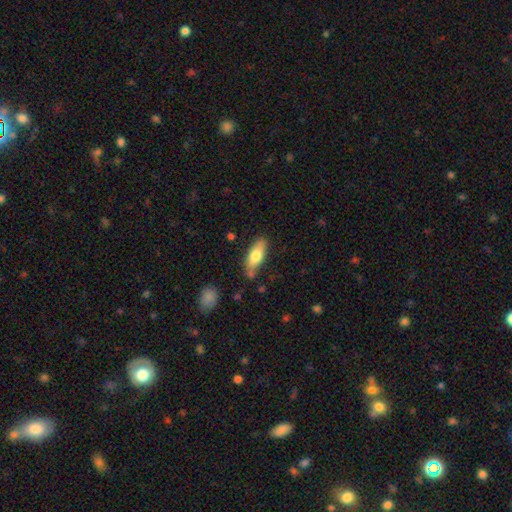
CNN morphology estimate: This is likely a smooth galaxy (72%). How rounded: likely in between (73%). Merging: likely none (74%).